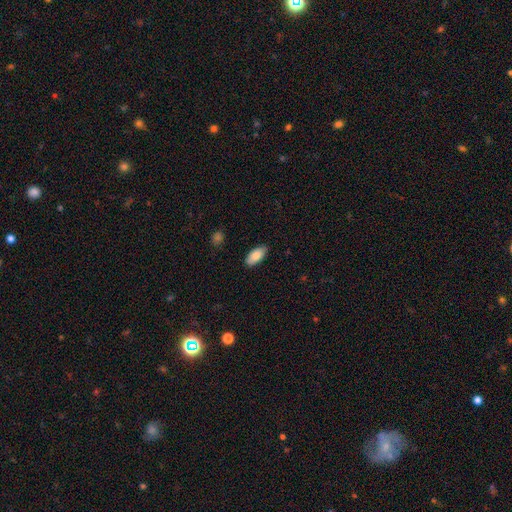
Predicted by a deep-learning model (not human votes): A smooth galaxy with no disk features (84%) that is in between round and cigar-shaped (92%).

Vote fractions:
- Smooth or featured? smooth: 84% / featured or disk: 10% / star or artifact: 6%
- How rounded? in between: 92% / cigar-shaped: 6% / round: 2%
- Merging? none: 87% / minor disturbance: 10% / major disturbance: 2% / merger: 1%